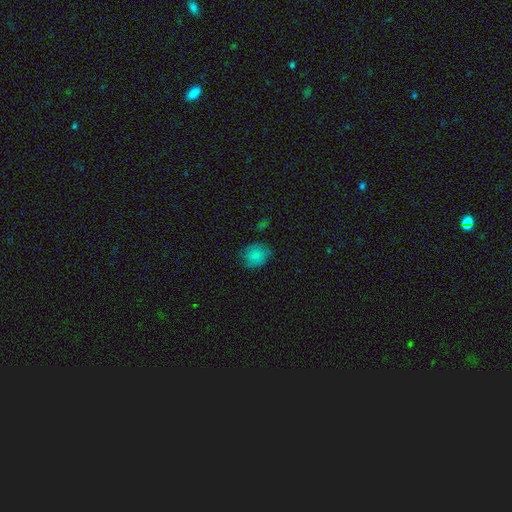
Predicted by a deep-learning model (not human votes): Smooth or featured? Predicted: smooth (p=0.82). How rounded? Predicted: round (p=0.63). Merging? Predicted: none (p=0.72).